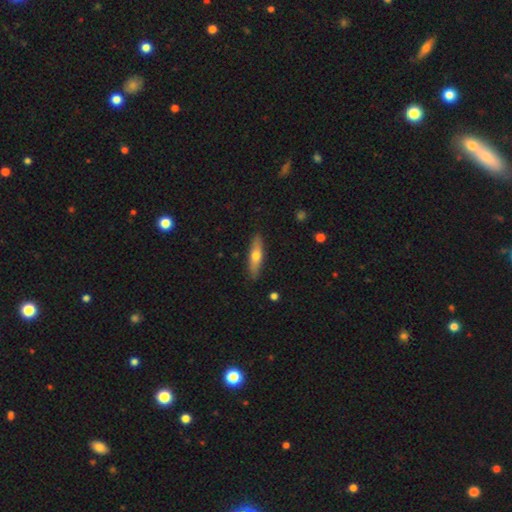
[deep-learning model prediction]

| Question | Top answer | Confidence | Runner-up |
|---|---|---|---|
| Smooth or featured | smooth | 55% | featured or disk (40%) |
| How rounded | cigar-shaped | 70% | in between (27%) |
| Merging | none | 88% | minor disturbance (9%) |